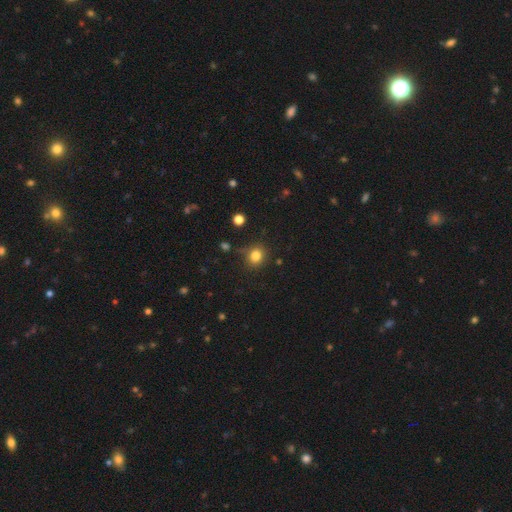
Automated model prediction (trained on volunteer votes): Smooth or featured?
  - smooth: 82% *
  - star or artifact: 13%
  - featured or disk: 6%
How rounded?
  - round: 77% *
  - in between: 23%
  - cigar-shaped: 1%
Merging?
  - none: 81% *
  - minor disturbance: 12%
  - major disturbance: 3%
  - merger: 3%